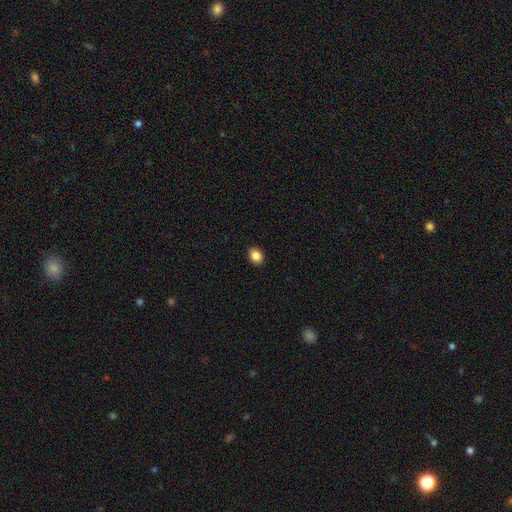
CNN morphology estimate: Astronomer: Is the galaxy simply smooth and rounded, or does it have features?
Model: smooth — 86%.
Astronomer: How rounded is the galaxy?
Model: in between — 57% (runner-up: round, 42%).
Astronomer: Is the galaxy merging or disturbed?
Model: none — 91%.